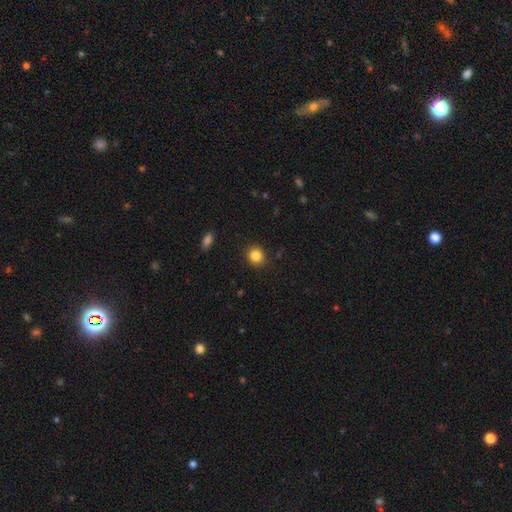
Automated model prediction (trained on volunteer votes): The model was most divided on "how rounded": round: 85%, in between: 15%, cigar-shaped: 1%. More confident: merging — none (89%); smooth or featured — smooth (84%).